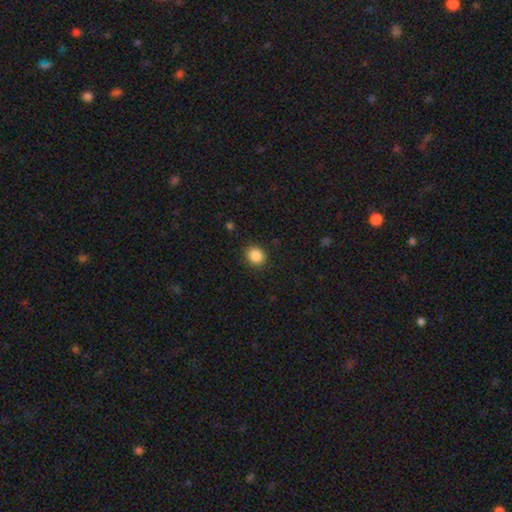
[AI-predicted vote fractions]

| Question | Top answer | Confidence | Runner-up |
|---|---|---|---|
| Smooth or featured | smooth | 87% | star or artifact (10%) |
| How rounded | round | 75% | in between (24%) |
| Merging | none | 89% | minor disturbance (8%) |